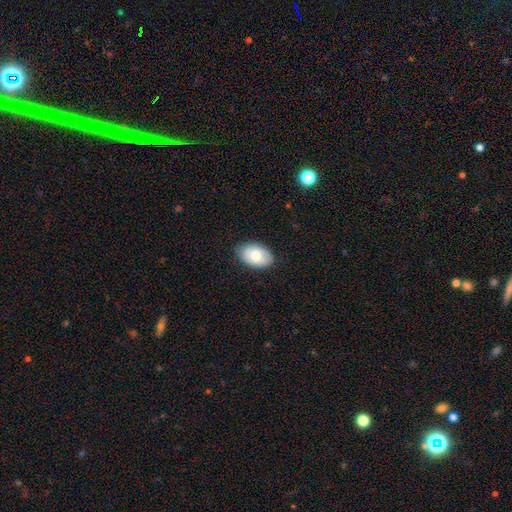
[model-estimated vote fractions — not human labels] This is likely a smooth galaxy (77%). How rounded: clearly in between (92%). Merging: clearly none (83%).